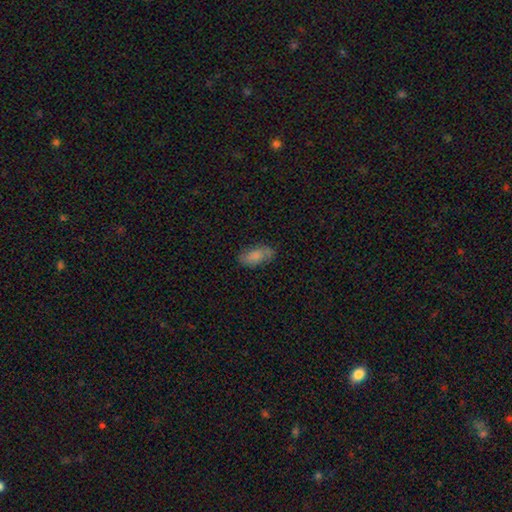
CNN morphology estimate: Smooth or featured?
  - smooth: 78% *
  - featured or disk: 14%
  - star or artifact: 8%
How rounded?
  - in between: 89% *
  - cigar-shaped: 8%
  - round: 3%
Merging?
  - none: 74% *
  - minor disturbance: 19%
  - major disturbance: 5%
  - merger: 2%